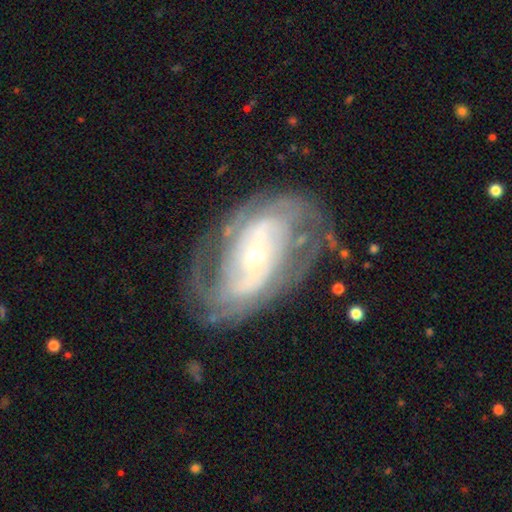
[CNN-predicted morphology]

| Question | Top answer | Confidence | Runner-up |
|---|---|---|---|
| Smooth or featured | featured or disk | 86% | smooth (8%) |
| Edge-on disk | no | 95% | yes (5%) |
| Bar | no | 37% | weak (33%) |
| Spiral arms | yes | 92% | no (8%) |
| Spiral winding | tight | 47% | medium (37%) |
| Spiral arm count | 2 | 38% | can't tell (30%) |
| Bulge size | small | 67% | moderate (27%) |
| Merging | none | 70% | minor disturbance (17%) |